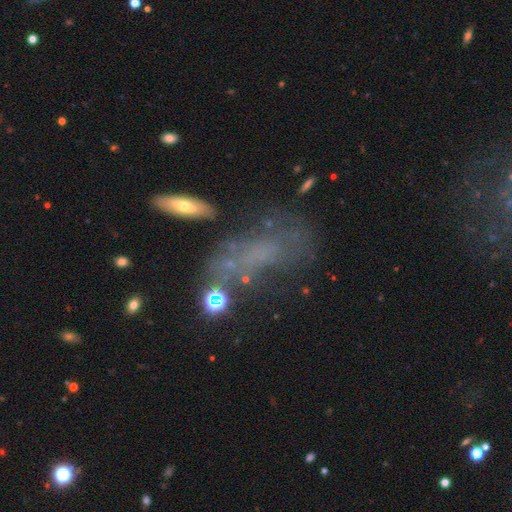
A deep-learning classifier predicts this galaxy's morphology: featured or disk 42%, smooth 34%, star or artifact 24%. Down the decision tree: merging — none (36%).